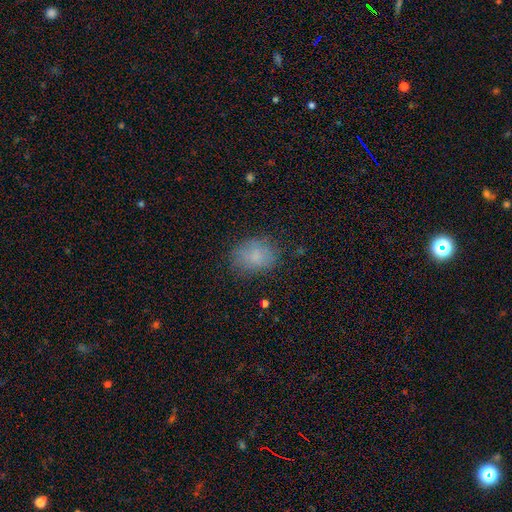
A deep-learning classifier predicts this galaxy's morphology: The model was most divided on "how rounded": in between: 61%, round: 38%, cigar-shaped: 1%. More confident: smooth or featured — smooth (80%); merging — none (76%).